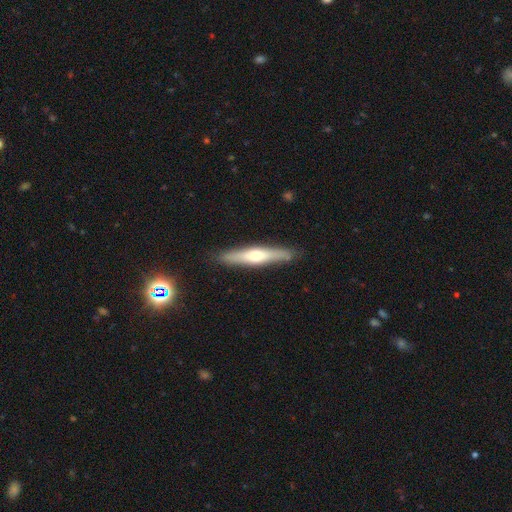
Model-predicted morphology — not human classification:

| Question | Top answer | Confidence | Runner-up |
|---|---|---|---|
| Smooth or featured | featured or disk | 51% | smooth (43%) |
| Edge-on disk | yes | 92% | no (8%) |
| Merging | none | 88% | minor disturbance (9%) |